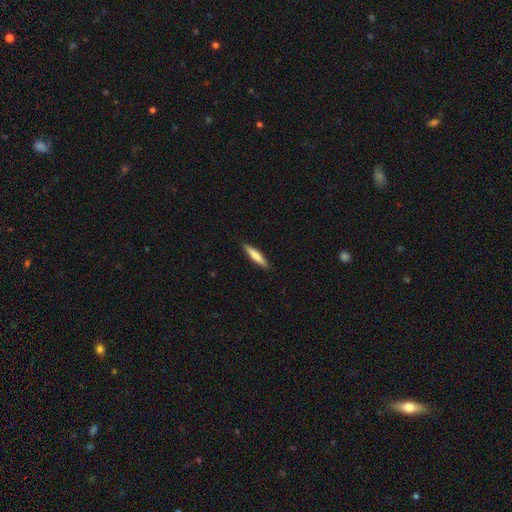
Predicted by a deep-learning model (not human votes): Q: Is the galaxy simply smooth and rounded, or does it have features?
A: smooth — 71%.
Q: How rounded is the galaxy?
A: cigar-shaped — 88%.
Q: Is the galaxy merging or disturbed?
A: none — 90%.